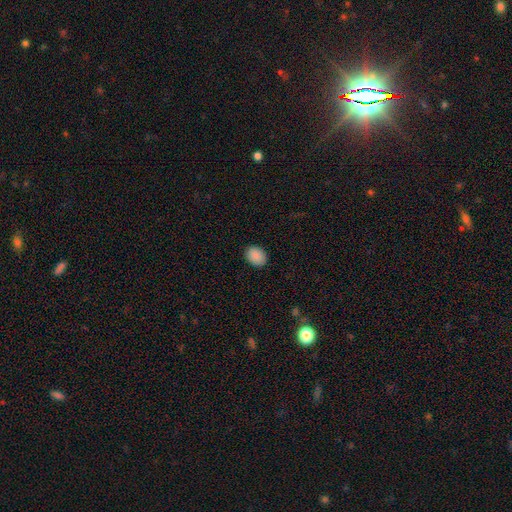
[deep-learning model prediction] Smooth or featured? smooth (89%)
How rounded? in between (60%)
Merging? none (90%)